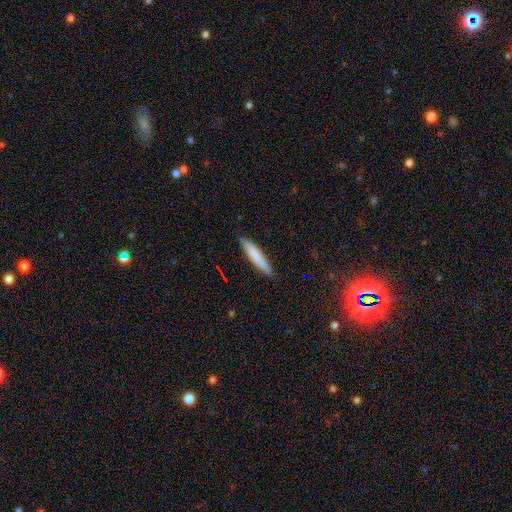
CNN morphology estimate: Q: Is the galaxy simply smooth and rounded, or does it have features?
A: smooth — 79%.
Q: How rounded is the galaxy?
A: cigar-shaped — 90%.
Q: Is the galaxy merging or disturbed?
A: none — 89%.